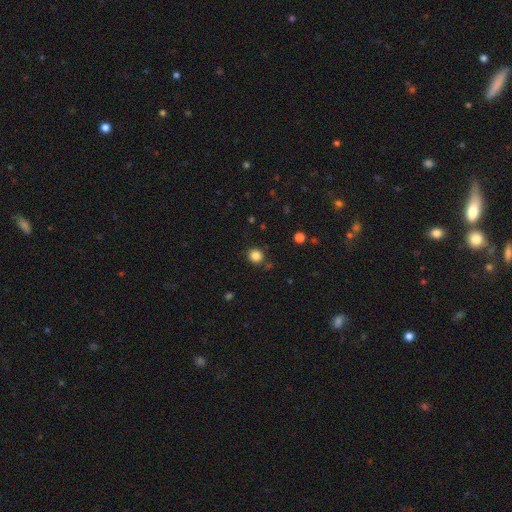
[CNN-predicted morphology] smooth 84%, star or artifact 12%, featured or disk 4%. Down the decision tree: how rounded — round (90%); merging — none (86%).